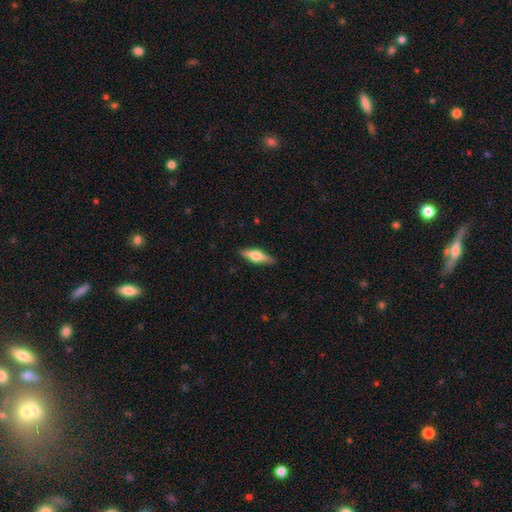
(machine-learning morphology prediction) This appears to be a featured or disk galaxy (55%) viewed edge-on (95%) with a rounded central bulge (92%). Merging: none (88%).